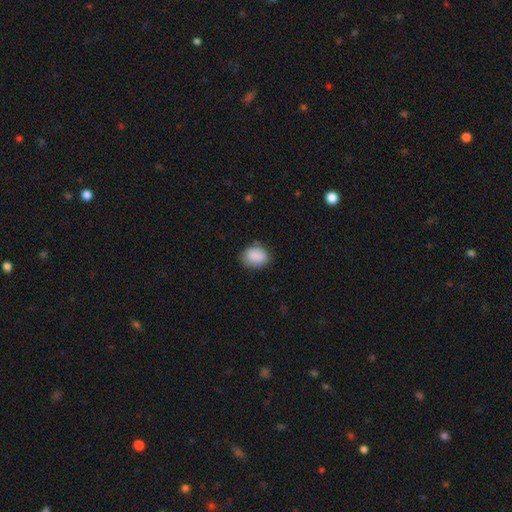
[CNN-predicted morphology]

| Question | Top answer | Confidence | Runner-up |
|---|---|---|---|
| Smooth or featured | smooth | 88% | star or artifact (7%) |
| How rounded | in between | 69% | round (30%) |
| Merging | none | 73% | minor disturbance (21%) |